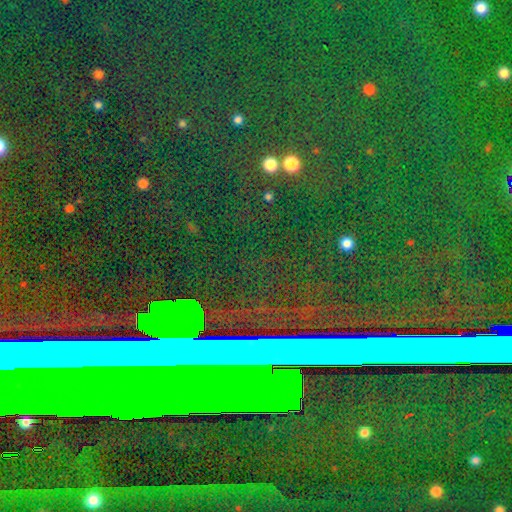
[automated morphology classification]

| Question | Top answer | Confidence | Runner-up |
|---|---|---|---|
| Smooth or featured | star or artifact | 84% | featured or disk (8%) |